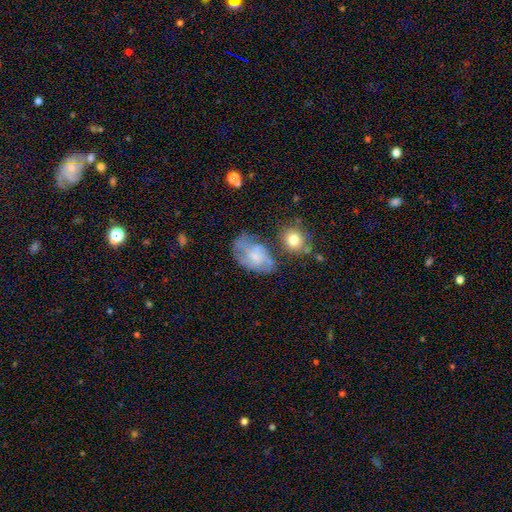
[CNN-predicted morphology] smooth_or_featured: featured or disk (p=0.57) [alt: smooth p=0.34]
disk_edge_on: no (p=0.97) [alt: yes p=0.03]
bar: no (p=0.71) [alt: weak p=0.25]
has_spiral_arms: yes (p=0.70) [alt: no p=0.30]
bulge_size: small (p=0.57) [alt: moderate p=0.23]
merging: none (p=0.44) [alt: minor disturbance p=0.26]